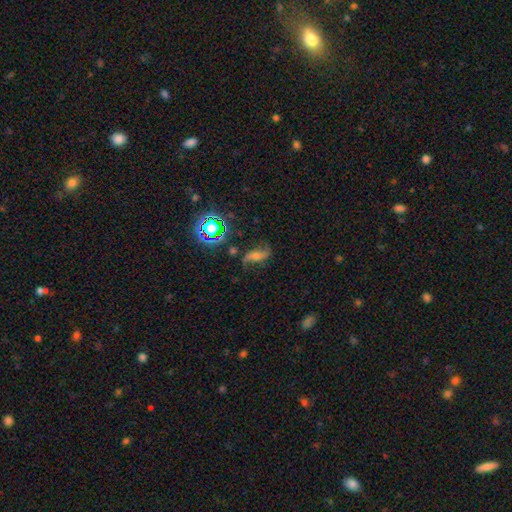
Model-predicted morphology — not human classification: featured or disk 64%, star or artifact 20%, smooth 16%. Down the decision tree: edge-on disk — no (92%); bar — no (46%); spiral arms — yes (93%); spiral arm count — 2 (89%); spiral winding — loose (74%); bulge size — moderate (42%); merging — none (68%).